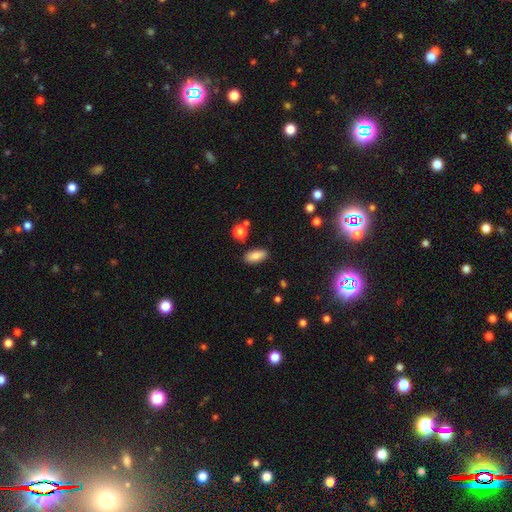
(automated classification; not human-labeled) Overall: smooth (81%). How rounded: in between (87%). Merging: none (85%).